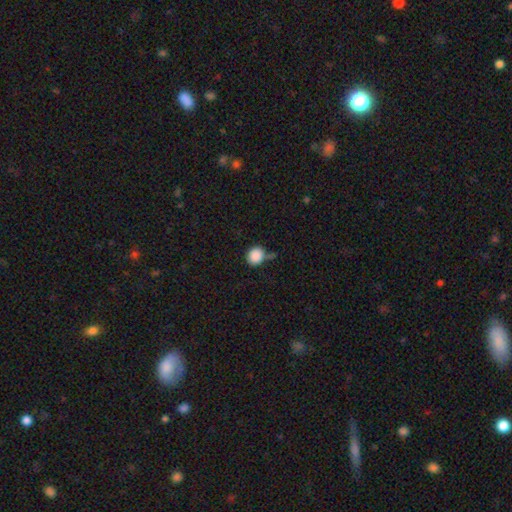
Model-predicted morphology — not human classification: Smooth or featured? Predicted: smooth (p=0.88). How rounded? Predicted: round (p=0.84). Merging? Predicted: none (p=0.62).